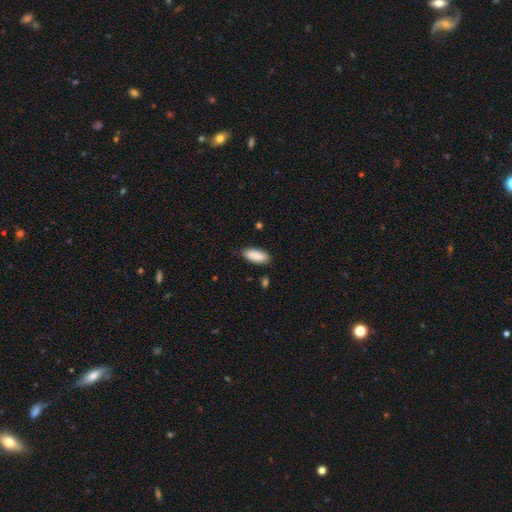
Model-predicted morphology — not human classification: Smooth or featured? Predicted: smooth (p=0.90). How rounded? Predicted: in between (p=0.81). Merging? Predicted: none (p=0.84).